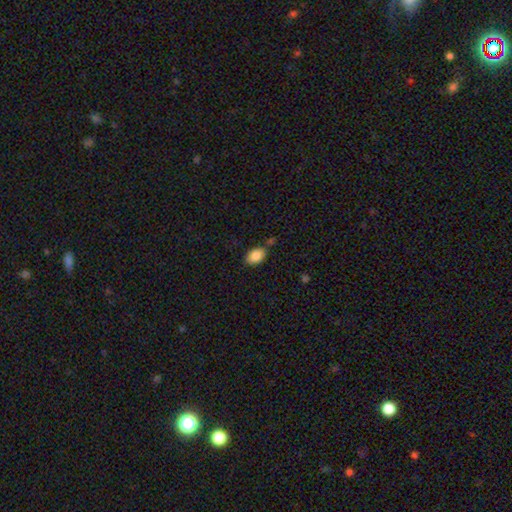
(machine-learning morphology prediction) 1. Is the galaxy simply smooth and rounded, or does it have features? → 87% smooth, 7% star or artifact, 6% featured or disk.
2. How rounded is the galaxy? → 86% in between, 13% round, 1% cigar-shaped.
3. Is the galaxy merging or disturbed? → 71% none, 17% minor disturbance, 9% merger, 4% major disturbance.